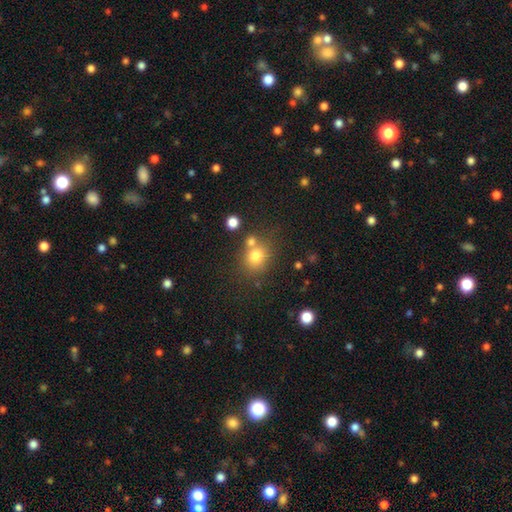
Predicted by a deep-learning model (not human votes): This appears to be a smooth galaxy with no disk features (77%) that is round (76%). Merging: none (62%).